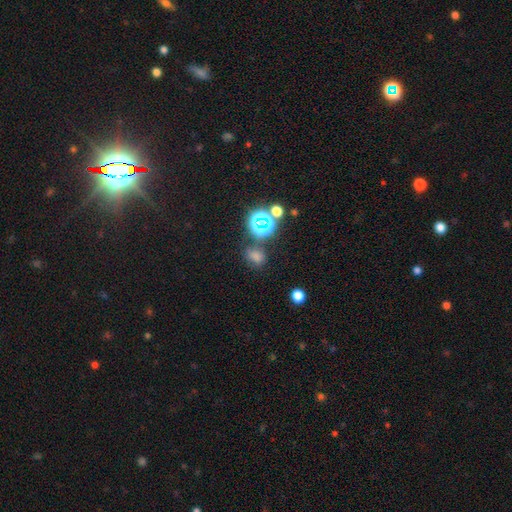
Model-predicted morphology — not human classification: smooth 63%, star or artifact 29%, featured or disk 8%. Down the decision tree: how rounded — in between (51%); merging — none (63%).